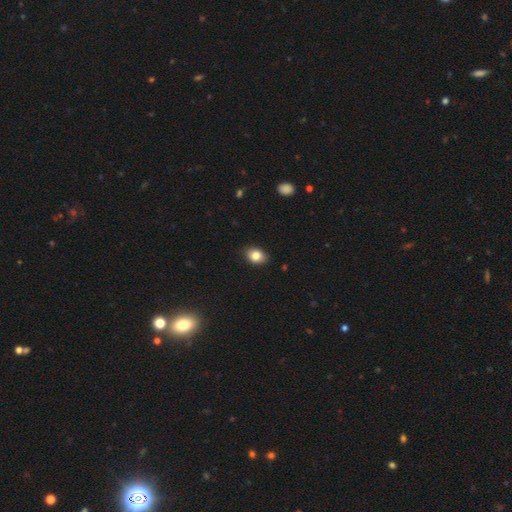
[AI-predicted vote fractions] smooth 83%, star or artifact 9%, featured or disk 8%. Down the decision tree: how rounded — in between (74%); merging — none (86%).